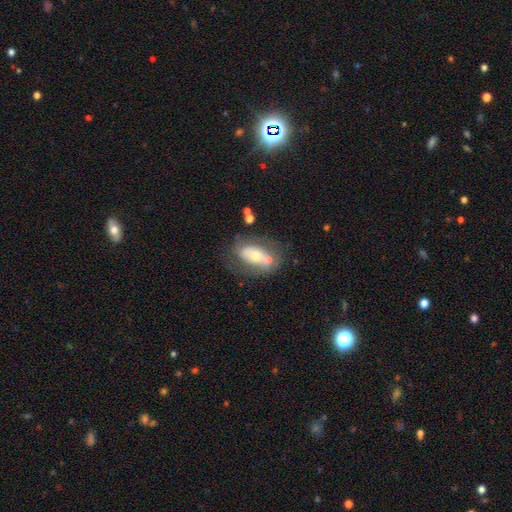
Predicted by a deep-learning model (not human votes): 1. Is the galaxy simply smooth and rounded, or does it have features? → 52% featured or disk, 40% smooth, 8% star or artifact.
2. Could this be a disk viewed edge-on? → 88% no, 12% yes.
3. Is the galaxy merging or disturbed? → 55% none, 20% minor disturbance, 14% merger, 12% major disturbance.